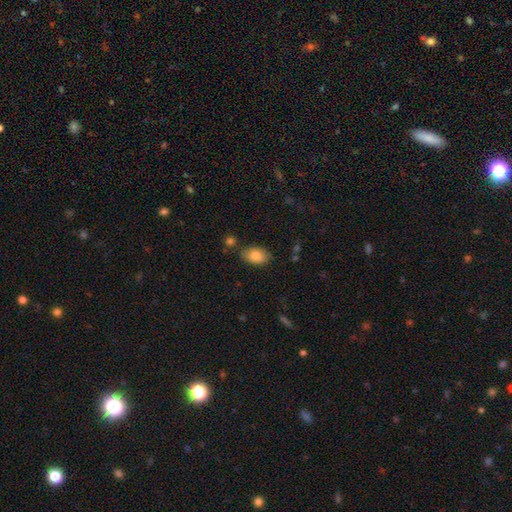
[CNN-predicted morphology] type=smooth (83%); roundness=in between (89%); merging=none (78%).